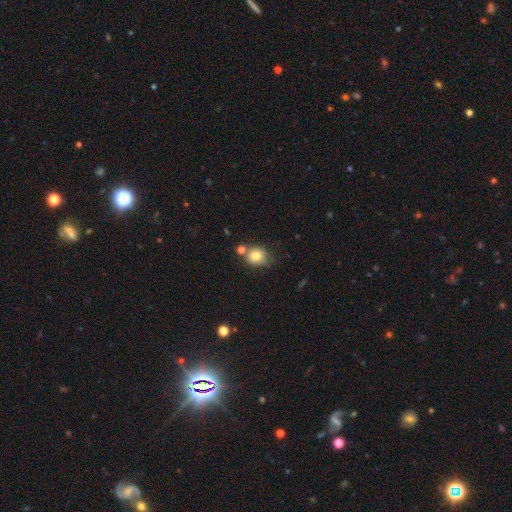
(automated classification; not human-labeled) Overall: smooth (81%). How rounded: round (62%; in between 37%). Merging: none (60%).